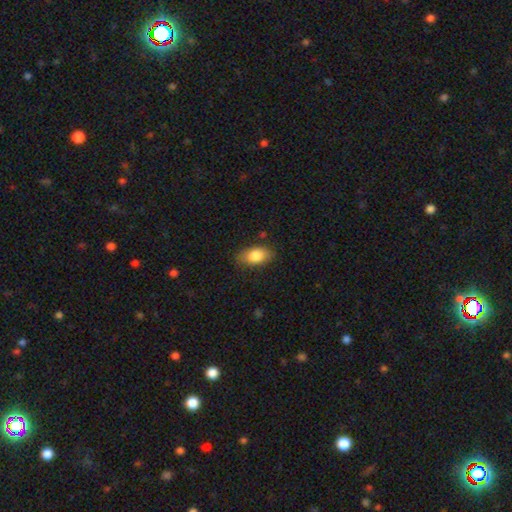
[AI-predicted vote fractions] This is clearly a smooth galaxy (84%). How rounded: clearly in between (88%). Merging: likely none (80%).